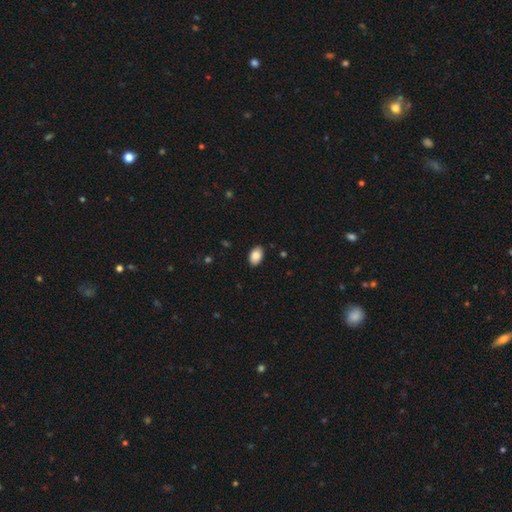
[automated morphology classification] Q: Smooth or featured?
A: smooth (88%); runner-up: star or artifact (7%)
Q: How rounded?
A: in between (91%); runner-up: round (8%)
Q: Merging?
A: none (88%); runner-up: minor disturbance (9%)